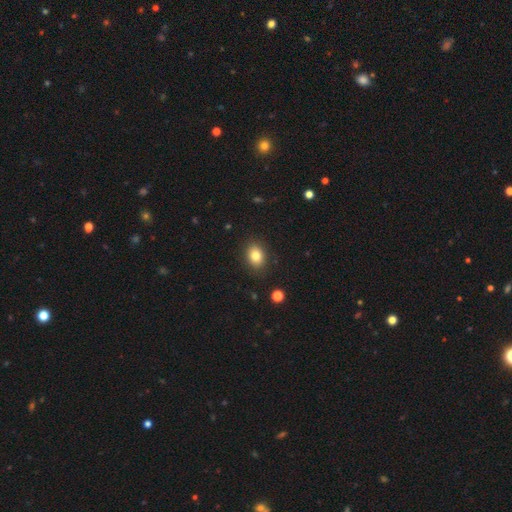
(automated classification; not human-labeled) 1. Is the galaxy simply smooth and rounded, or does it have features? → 82% smooth, 10% star or artifact, 8% featured or disk.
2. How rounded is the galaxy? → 62% in between, 37% round, 1% cigar-shaped.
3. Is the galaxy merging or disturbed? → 88% none, 9% minor disturbance, 2% major disturbance, 1% merger.